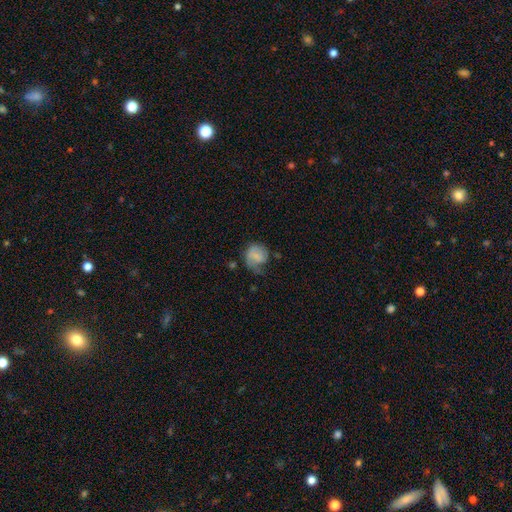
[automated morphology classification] Smooth or featured: smooth — 59% (featured or disk — 33%)
How rounded: round — 72% (in between — 27%)
Merging: none — 40% (minor disturbance — 32%)